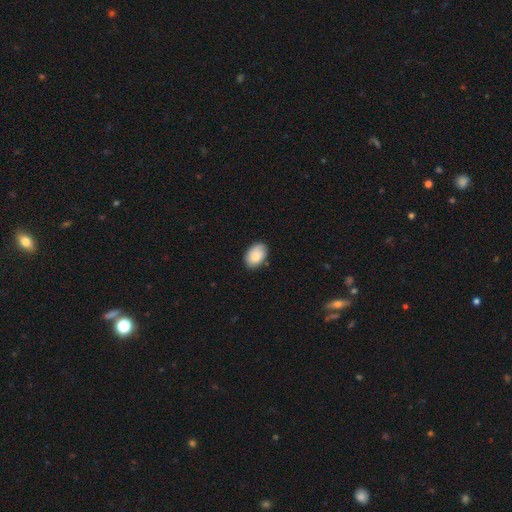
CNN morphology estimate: The model was most divided on "merging": none: 82%, minor disturbance: 15%, major disturbance: 2%, merger: 1%. More confident: how rounded — in between (88%); smooth or featured — smooth (83%).